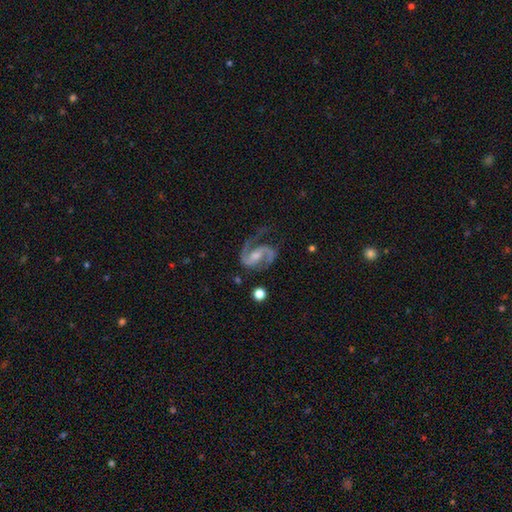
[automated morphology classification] Smooth or featured: featured or disk — 92% (star or artifact — 4%)
Edge-on disk: no — 98% (yes — 2%)
Bar: weak — 43% (no — 33%)
Spiral arms: yes — 98% (no — 2%)
Spiral winding: medium — 62% (loose — 19%)
Spiral arm count: 2 — 92% (1 — 3%)
Bulge size: moderate — 42% (small — 40%)
Merging: none — 64% (minor disturbance — 19%)